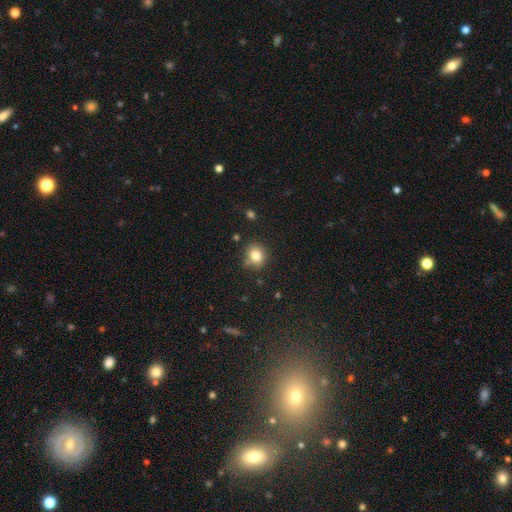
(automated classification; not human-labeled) Q: Smooth or featured?
A: smooth (82%); runner-up: star or artifact (11%)
Q: How rounded?
A: round (82%); runner-up: in between (17%)
Q: Merging?
A: none (82%); runner-up: minor disturbance (12%)